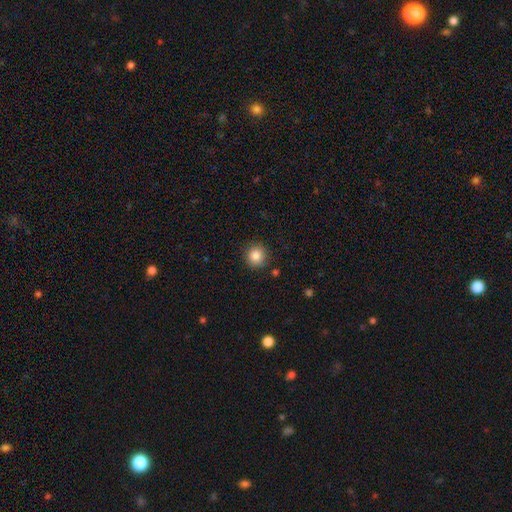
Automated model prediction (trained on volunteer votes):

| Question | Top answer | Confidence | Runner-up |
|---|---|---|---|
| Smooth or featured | smooth | 86% | star or artifact (10%) |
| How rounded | round | 93% | in between (6%) |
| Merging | none | 89% | minor disturbance (7%) |